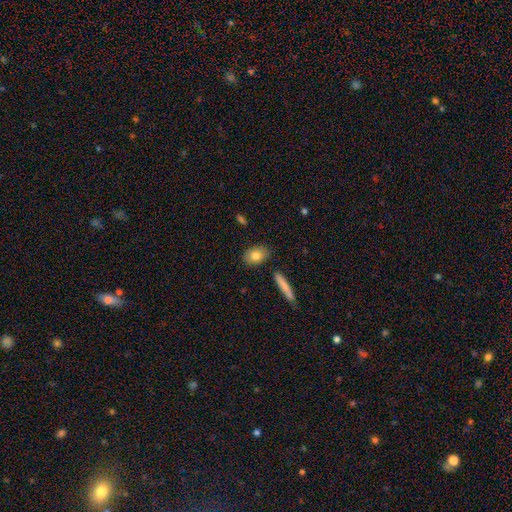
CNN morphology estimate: The model was most divided on "how rounded": in between: 73%, round: 24%, cigar-shaped: 4%. More confident: merging — none (85%); smooth or featured — smooth (79%).